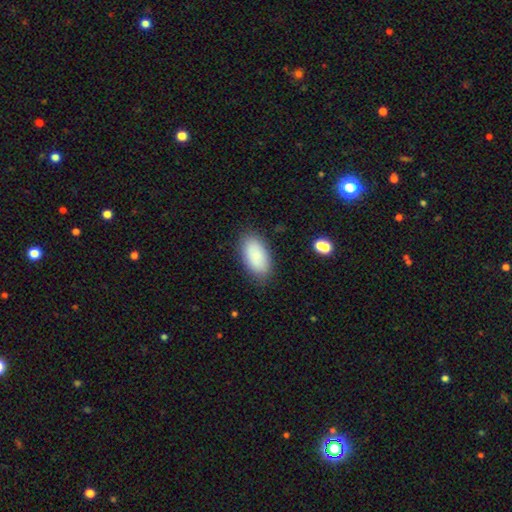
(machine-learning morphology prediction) Smooth or featured?
  - smooth: 86% *
  - star or artifact: 7%
  - featured or disk: 7%
How rounded?
  - in between: 94% *
  - round: 3%
  - cigar-shaped: 3%
Merging?
  - none: 84% *
  - minor disturbance: 12%
  - major disturbance: 3%
  - merger: 1%